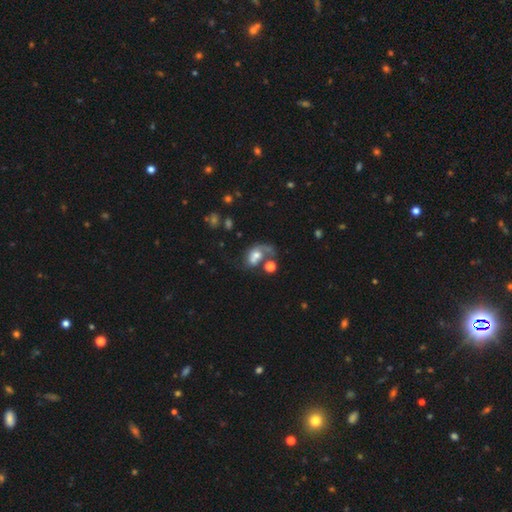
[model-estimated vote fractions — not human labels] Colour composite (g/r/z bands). It shows a smooth galaxy with no disk features (48%). Merging: major disturbance (33%).